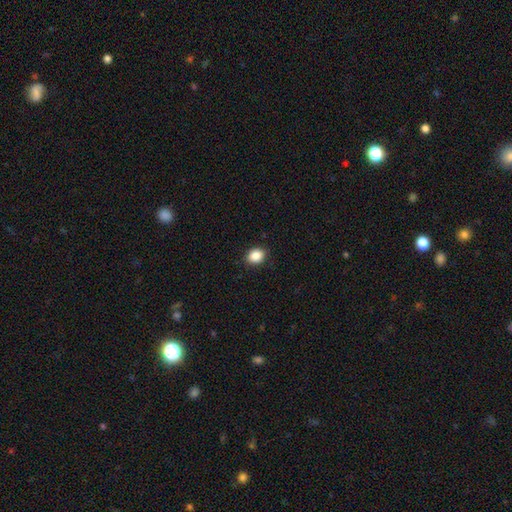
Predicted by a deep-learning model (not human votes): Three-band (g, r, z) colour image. It shows a smooth galaxy with no disk features (87%) that is in between round and cigar-shaped (54%). Merging: none (88%).